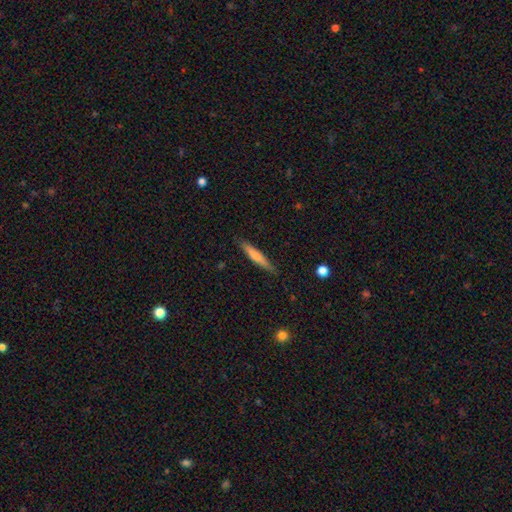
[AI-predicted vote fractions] This is likely a smooth galaxy (66%). How rounded: clearly cigar-shaped (91%). Merging: clearly none (85%).